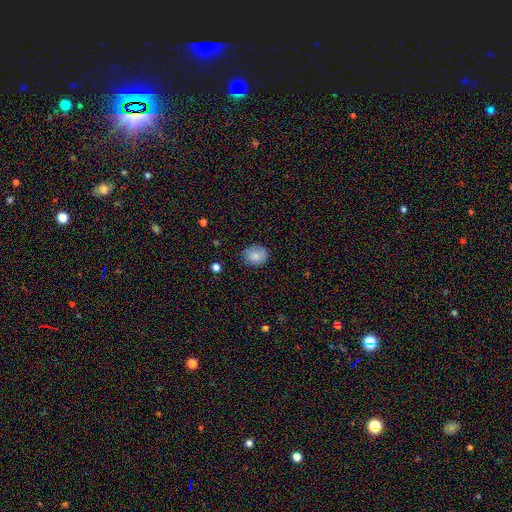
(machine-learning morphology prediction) A smooth galaxy with no disk features (82%) that is round (69%). Merging: none (72%).